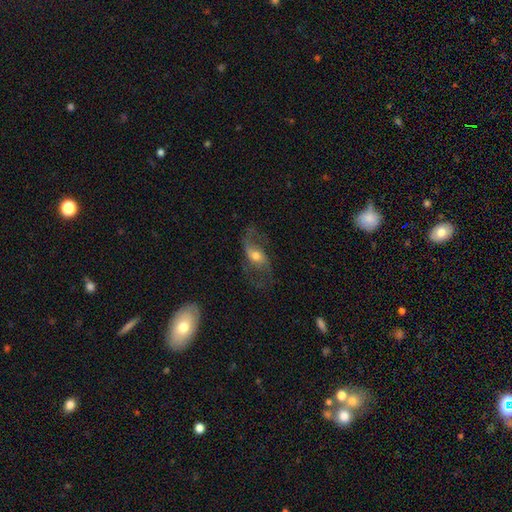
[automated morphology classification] Q: Smooth or featured?
A: featured or disk (72%); runner-up: smooth (20%)
Q: Edge-on disk?
A: no (93%); runner-up: yes (7%)
Q: Bar?
A: no (47%); runner-up: weak (36%)
Q: Spiral arms?
A: yes (86%); runner-up: no (14%)
Q: Spiral winding?
A: loose (69%); runner-up: medium (25%)
Q: Spiral arm count?
A: 2 (86%); runner-up: 1 (5%)
Q: Bulge size?
A: moderate (62%); runner-up: small (28%)
Q: Merging?
A: none (59%); runner-up: major disturbance (21%)